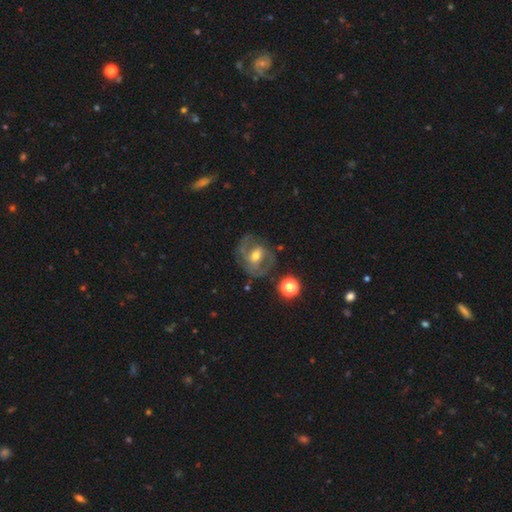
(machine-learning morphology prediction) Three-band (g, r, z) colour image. It shows a featured or disk galaxy (79%) with a weak bar (47%), 2 (64%) medium (50%) spiral arms (89%) and a moderate central bulge (63%). Merging: none (67%).